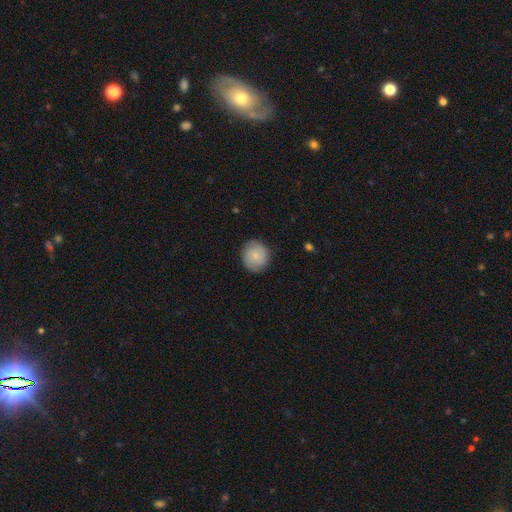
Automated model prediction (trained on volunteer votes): Smooth or featured: smooth — 65% (featured or disk — 27%)
How rounded: round — 87% (in between — 12%)
Merging: none — 86% (minor disturbance — 10%)